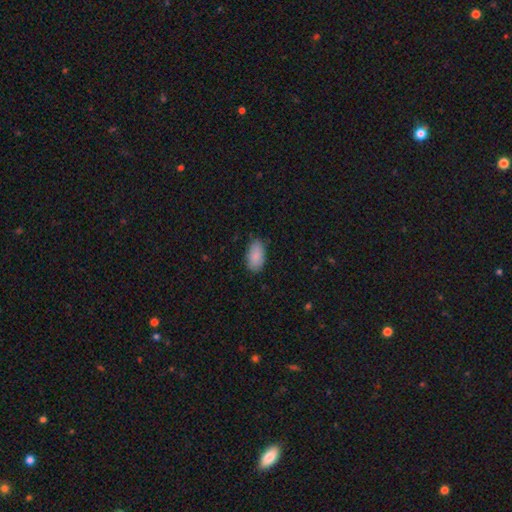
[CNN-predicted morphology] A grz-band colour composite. It shows a smooth galaxy with no disk features (88%) that is in between round and cigar-shaped (94%). Merging: none (83%).